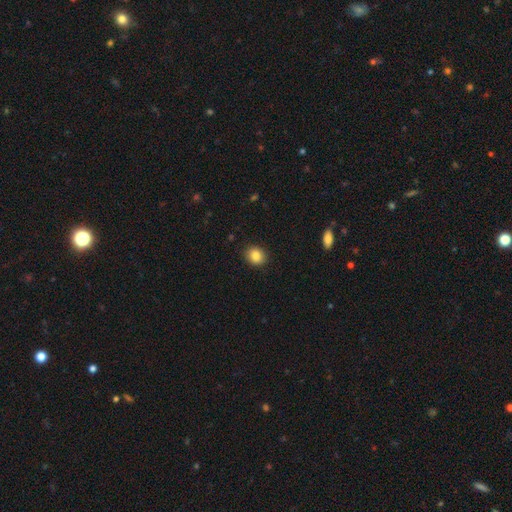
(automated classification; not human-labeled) A smooth galaxy with no disk features (85%) that is round (68%). Merging: none (90%).